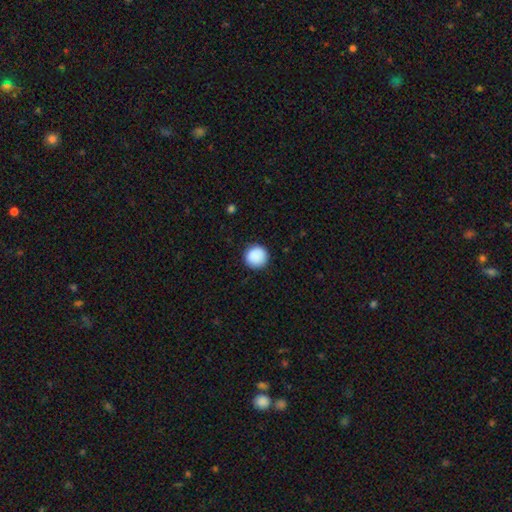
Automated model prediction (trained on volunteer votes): Q: Smooth or featured?
A: smooth (89%); runner-up: star or artifact (8%)
Q: How rounded?
A: round (95%); runner-up: in between (4%)
Q: Merging?
A: none (91%); runner-up: minor disturbance (6%)